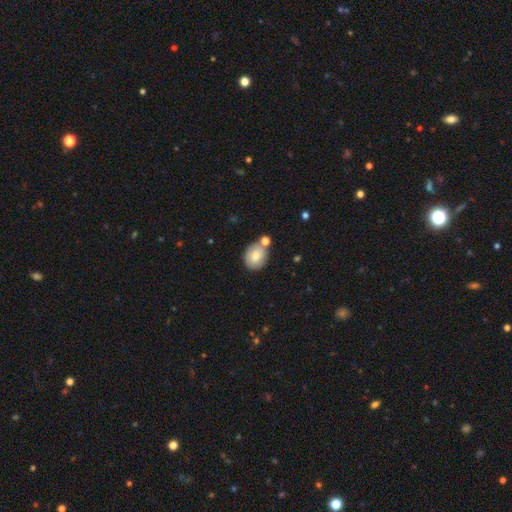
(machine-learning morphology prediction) Smooth or featured? Predicted: smooth (p=0.71). How rounded? Predicted: in between (p=0.53). Merging? Predicted: none (p=0.63).